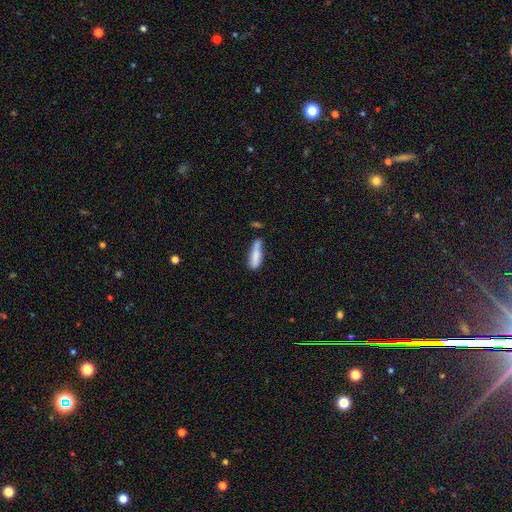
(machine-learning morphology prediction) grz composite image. It shows a smooth galaxy with no disk features (78%) that is cigar-shaped (61%). Merging: none (42%).